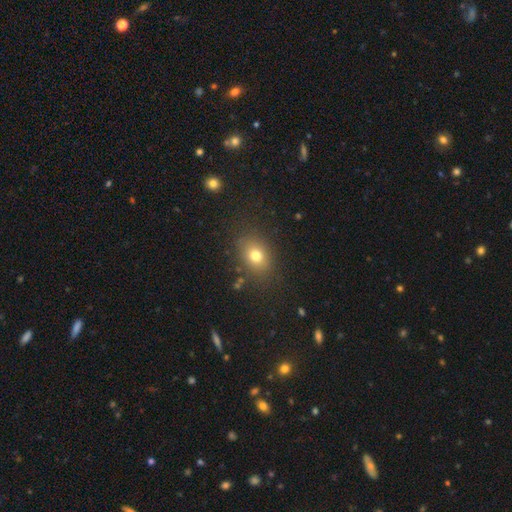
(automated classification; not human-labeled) This is likely a smooth galaxy (75%). How rounded: possibly in between (59%). Merging: clearly none (83%).